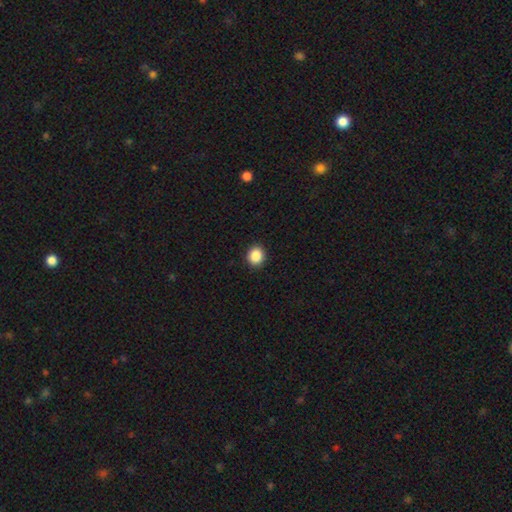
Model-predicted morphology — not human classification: smooth 88%, star or artifact 9%, featured or disk 3%. Down the decision tree: how rounded — round (80%); merging — none (92%).